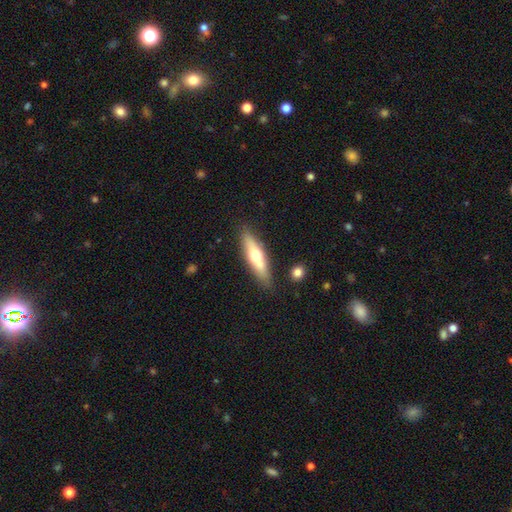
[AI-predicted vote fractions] The model was most divided on "smooth or featured": smooth: 49%, featured or disk: 45%, star or artifact: 6%. More confident: merging — none (79%).